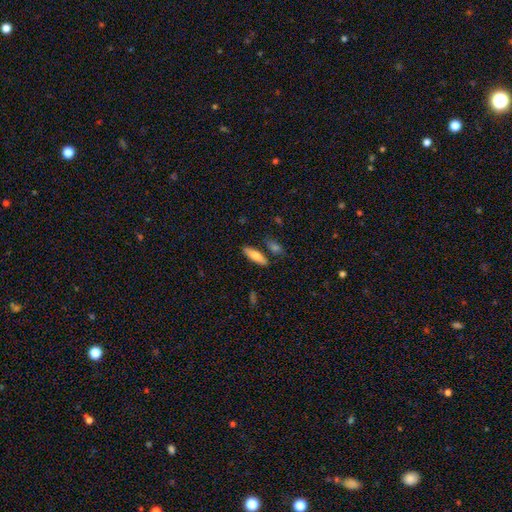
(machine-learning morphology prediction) Smooth or featured? Predicted: smooth (p=0.75). How rounded? Predicted: cigar-shaped (p=0.54). Merging? Predicted: none (p=0.80).